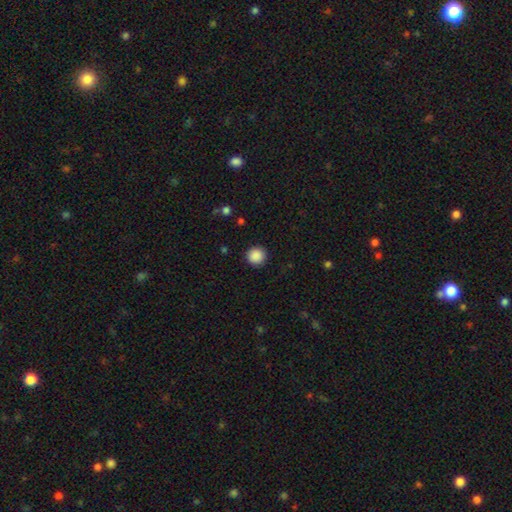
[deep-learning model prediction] This is clearly a smooth galaxy (89%). How rounded: clearly round (95%). Merging: clearly none (91%).